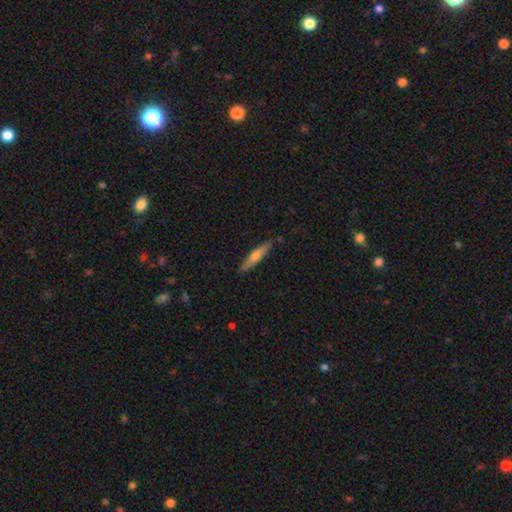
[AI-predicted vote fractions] smooth 54%, featured or disk 41%, star or artifact 6%. Down the decision tree: how rounded — cigar-shaped (86%); merging — none (89%).